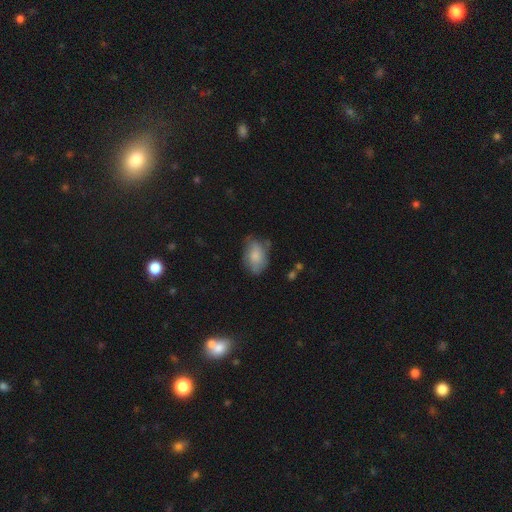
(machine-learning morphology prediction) Smooth or featured? Predicted: smooth (p=0.75). How rounded? Predicted: in between (p=0.87). Merging? Predicted: none (p=0.58).